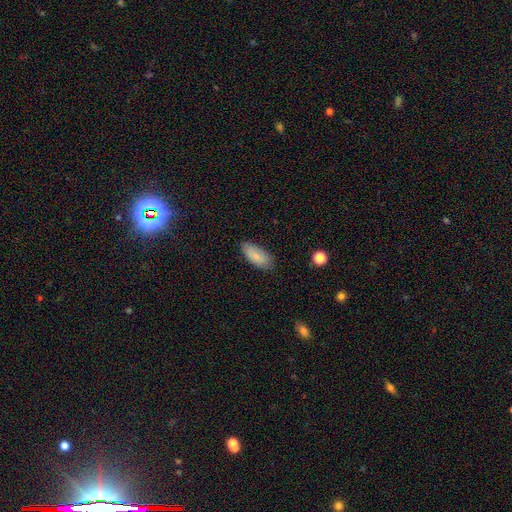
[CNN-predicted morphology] smooth-or-featured: smooth: 84% | featured or disk: 9% | star or artifact: 7%
  how-rounded: in between: 88% | cigar-shaped: 10% | round: 2%
  merging: none: 79% | minor disturbance: 16% | major disturbance: 3% | merger: 1%